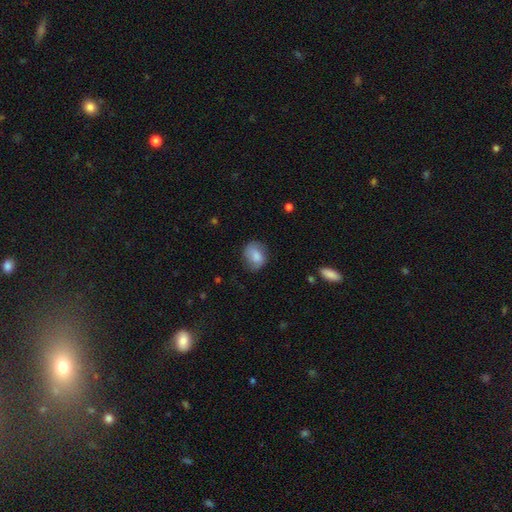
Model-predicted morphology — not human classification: smooth_or_featured: smooth (p=0.76) [alt: featured or disk p=0.17]
how_rounded: in between (p=0.55) [alt: round p=0.44]
merging: none (p=0.68) [alt: minor disturbance p=0.23]